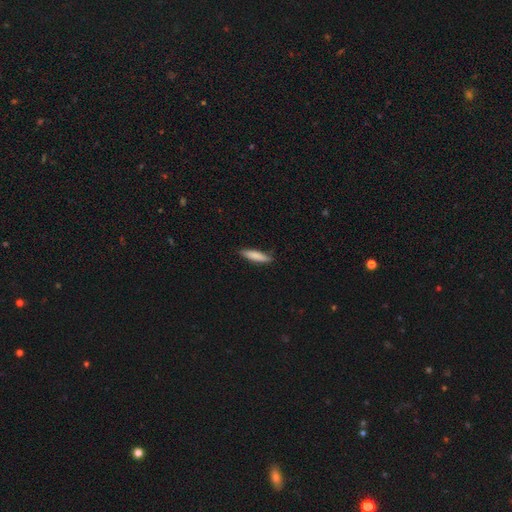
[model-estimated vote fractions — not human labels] Smooth or featured?
  - smooth: 82% *
  - featured or disk: 13%
  - star or artifact: 6%
How rounded?
  - cigar-shaped: 79% *
  - in between: 20%
  - round: 1%
Merging?
  - none: 86% *
  - minor disturbance: 11%
  - major disturbance: 2%
  - merger: 1%